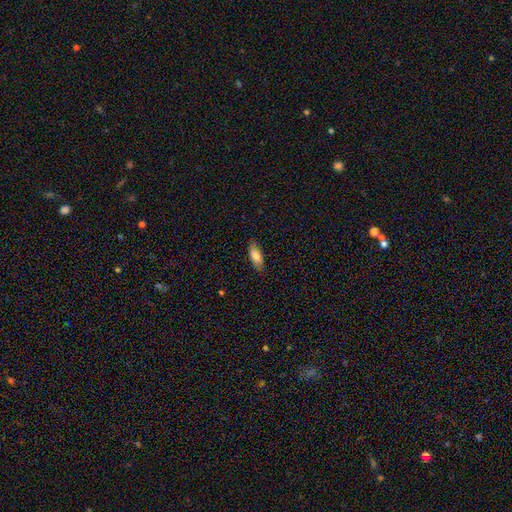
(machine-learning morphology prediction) Smooth or featured: smooth — 80% (featured or disk — 14%)
How rounded: in between — 73% (cigar-shaped — 25%)
Merging: none — 86% (minor disturbance — 11%)